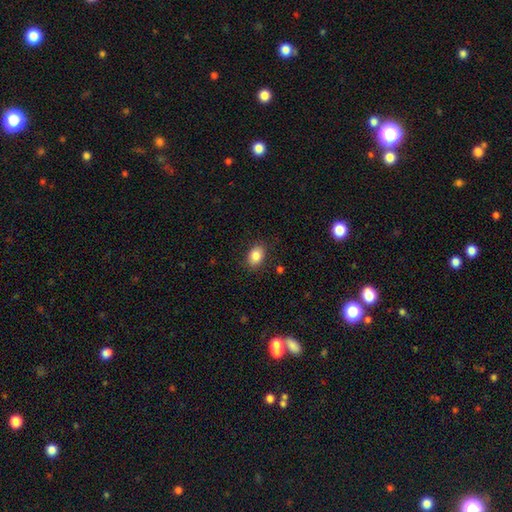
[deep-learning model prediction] smooth 85%, star or artifact 9%, featured or disk 6%. Down the decision tree: how rounded — in between (79%); merging — none (86%).